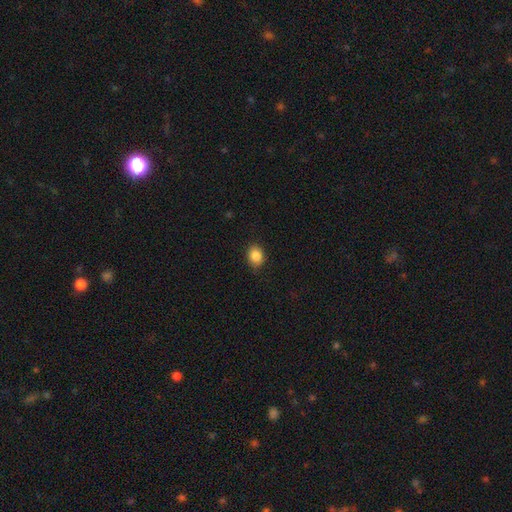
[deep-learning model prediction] Q: Smooth or featured?
A: smooth (86%); runner-up: star or artifact (9%)
Q: How rounded?
A: round (53%); runner-up: in between (46%)
Q: Merging?
A: none (85%); runner-up: minor disturbance (12%)